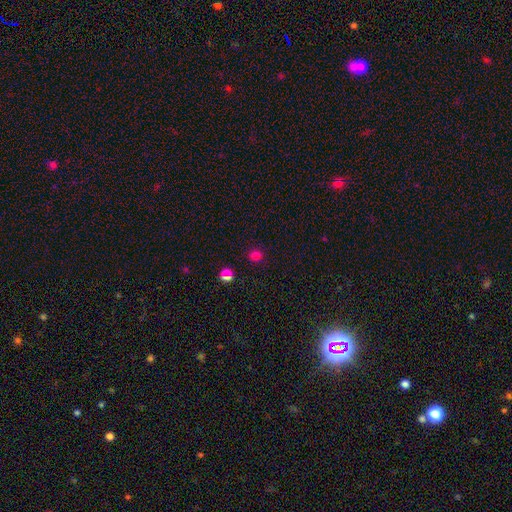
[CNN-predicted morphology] Smooth or featured?
  - smooth: 71% *
  - star or artifact: 23%
  - featured or disk: 6%
How rounded?
  - round: 76% *
  - in between: 23%
  - cigar-shaped: 1%
Merging?
  - none: 85% *
  - minor disturbance: 9%
  - merger: 4%
  - major disturbance: 3%